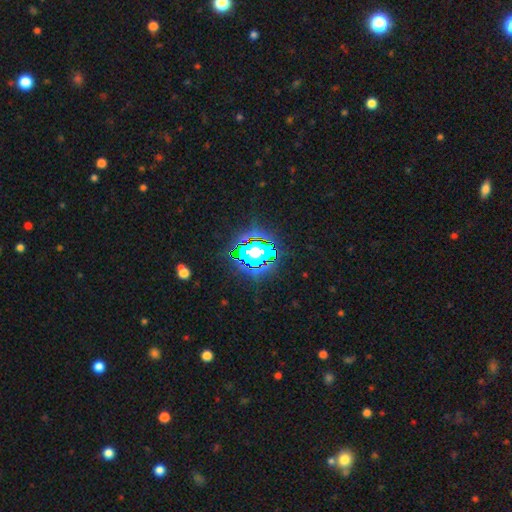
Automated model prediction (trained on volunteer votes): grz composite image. It shows a star or artifact, not a galaxy (72%).